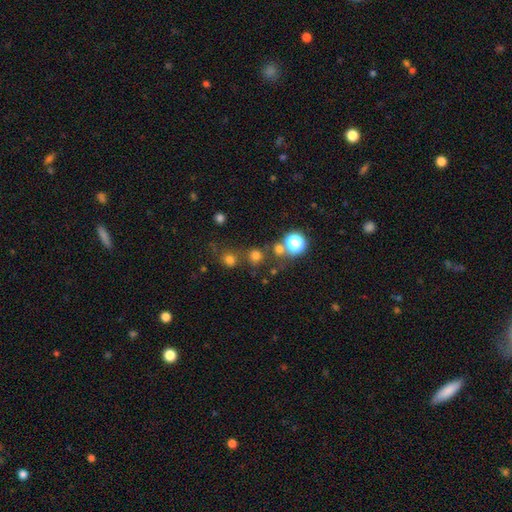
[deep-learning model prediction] The model was most divided on "smooth or featured": smooth: 68%, star or artifact: 25%, featured or disk: 7%. More confident: how rounded — round (90%); merging — none (72%).